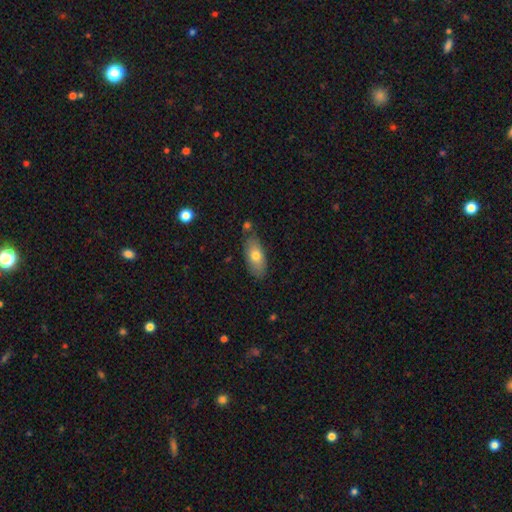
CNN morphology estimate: A smooth galaxy with no disk features (72%) that is in between round and cigar-shaped (84%).

Vote fractions:
- Smooth or featured? smooth: 72% / featured or disk: 22% / star or artifact: 7%
- How rounded? in between: 84% / cigar-shaped: 12% / round: 4%
- Merging? none: 77% / minor disturbance: 15% / merger: 5% / major disturbance: 3%